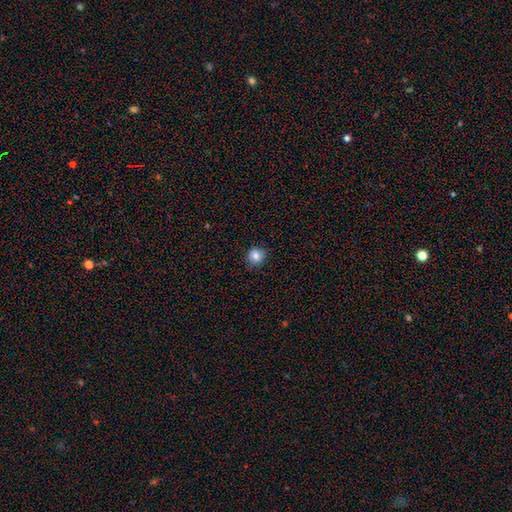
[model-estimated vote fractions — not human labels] Q: Smooth or featured?
A: smooth (83%); runner-up: star or artifact (10%)
Q: How rounded?
A: round (85%); runner-up: in between (14%)
Q: Merging?
A: none (85%); runner-up: minor disturbance (11%)